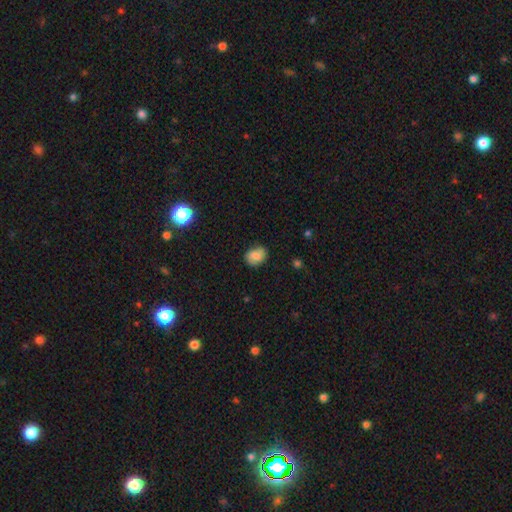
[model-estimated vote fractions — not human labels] This is likely a smooth galaxy (76%). How rounded: possibly in between (55%). Merging: likely none (74%).